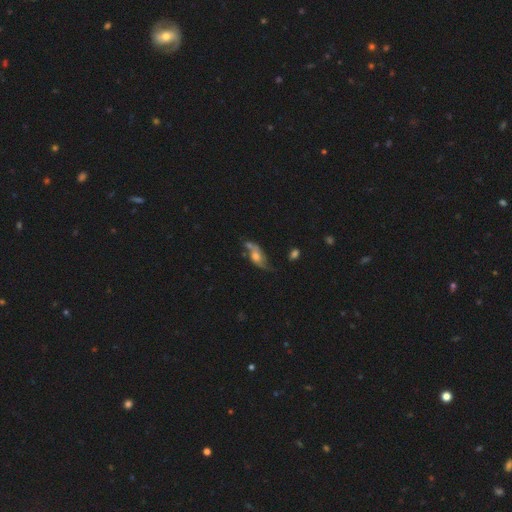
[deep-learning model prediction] Morphology: type=featured or disk (56%); edge-on=no (83%); merging=none (44%).